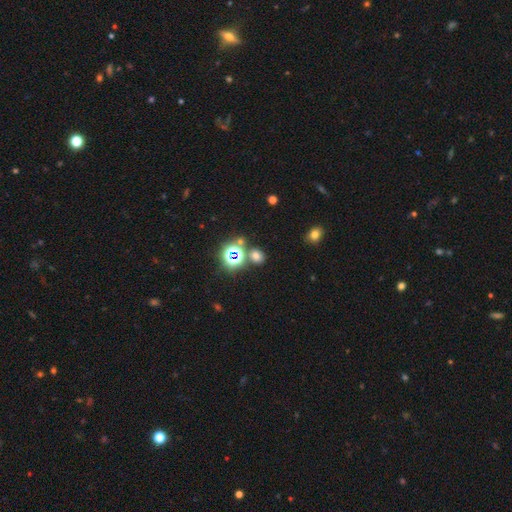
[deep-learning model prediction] This appears to be a smooth galaxy with no disk features (59%) that is round (61%). Merging: none (76%).